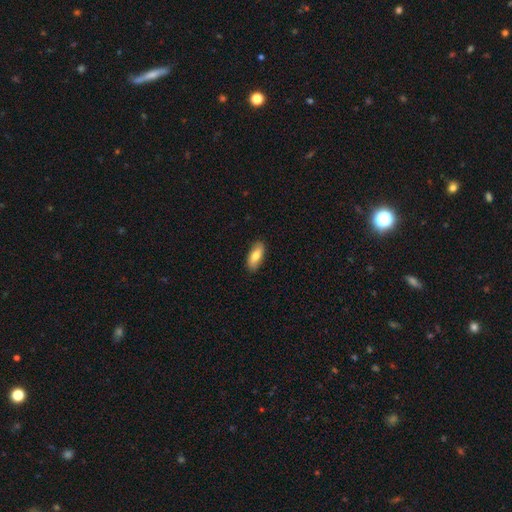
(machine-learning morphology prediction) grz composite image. It shows a smooth galaxy with no disk features (75%) that is in between round and cigar-shaped (81%). Merging: none (87%).